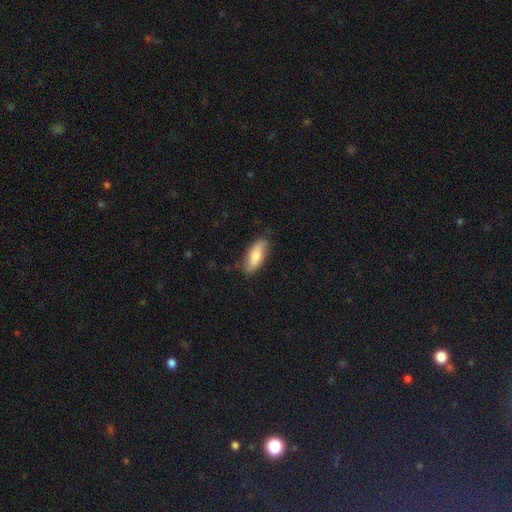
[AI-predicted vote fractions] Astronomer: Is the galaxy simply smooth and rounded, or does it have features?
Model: smooth — 74%.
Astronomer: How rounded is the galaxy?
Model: in between — 73%.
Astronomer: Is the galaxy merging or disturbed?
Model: none — 79%.